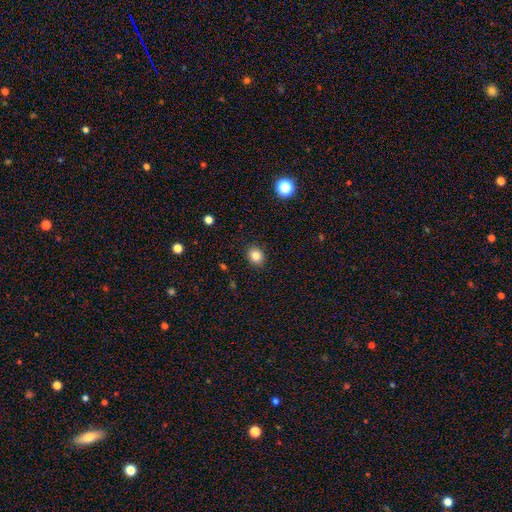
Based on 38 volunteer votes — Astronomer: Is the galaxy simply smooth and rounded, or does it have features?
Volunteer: smooth — 84%.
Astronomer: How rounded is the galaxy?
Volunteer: round — 50%, tied with in between at 50%.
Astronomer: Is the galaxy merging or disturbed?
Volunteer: none — 86%.